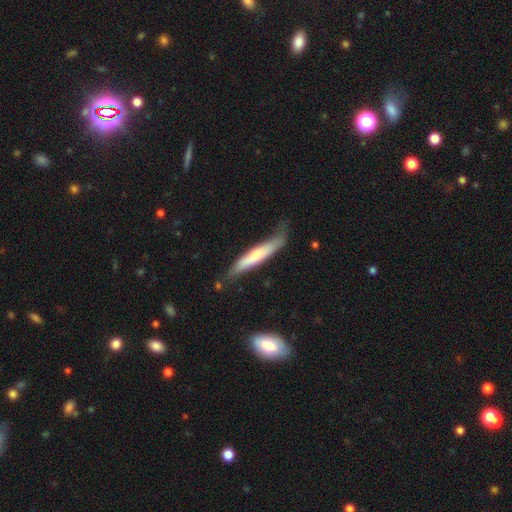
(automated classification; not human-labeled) smooth 62%, featured or disk 33%, star or artifact 5%. Down the decision tree: how rounded — cigar-shaped (90%); merging — none (56%).